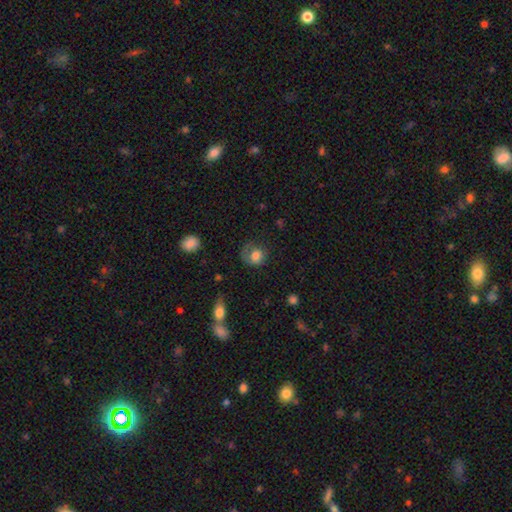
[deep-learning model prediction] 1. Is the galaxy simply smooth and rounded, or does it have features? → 74% smooth, 17% featured or disk, 9% star or artifact.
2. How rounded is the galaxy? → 71% round, 28% in between, 1% cigar-shaped.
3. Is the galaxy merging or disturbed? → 46% none, 27% minor disturbance, 25% major disturbance, 2% merger.